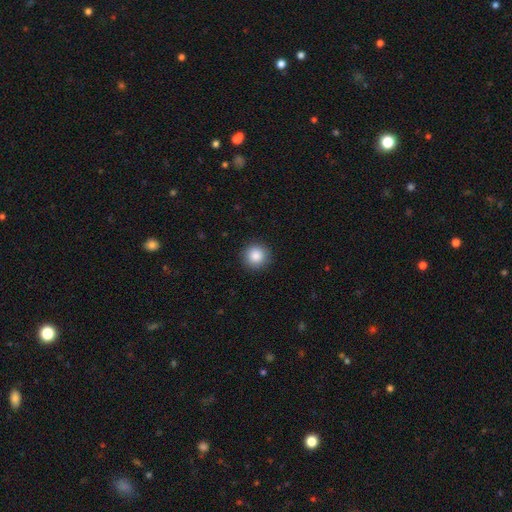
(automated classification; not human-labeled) smooth-or-featured: smooth: 87% | star or artifact: 9% | featured or disk: 4%
  how-rounded: round: 94% | in between: 5% | cigar-shaped: 1%
  merging: none: 91% | minor disturbance: 6% | major disturbance: 2% | merger: 1%